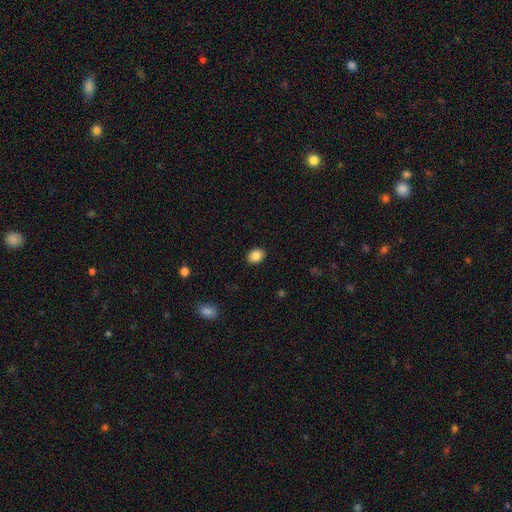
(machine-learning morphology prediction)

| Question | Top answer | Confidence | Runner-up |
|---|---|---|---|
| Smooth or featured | smooth | 87% | star or artifact (9%) |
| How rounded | in between | 60% | round (39%) |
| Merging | none | 90% | minor disturbance (7%) |